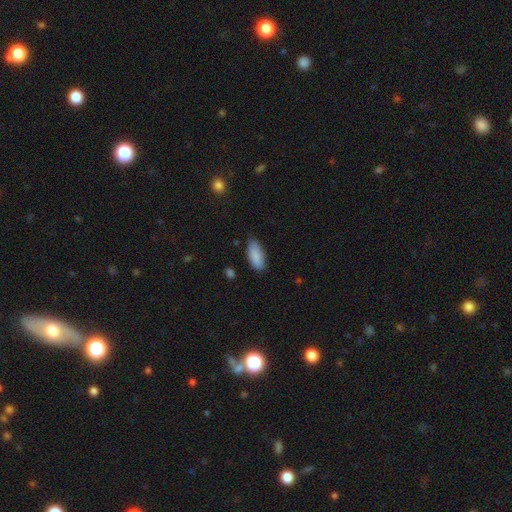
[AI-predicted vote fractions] Q: Smooth or featured?
A: smooth (89%); runner-up: star or artifact (6%)
Q: How rounded?
A: in between (87%); runner-up: cigar-shaped (11%)
Q: Merging?
A: none (77%); runner-up: minor disturbance (19%)